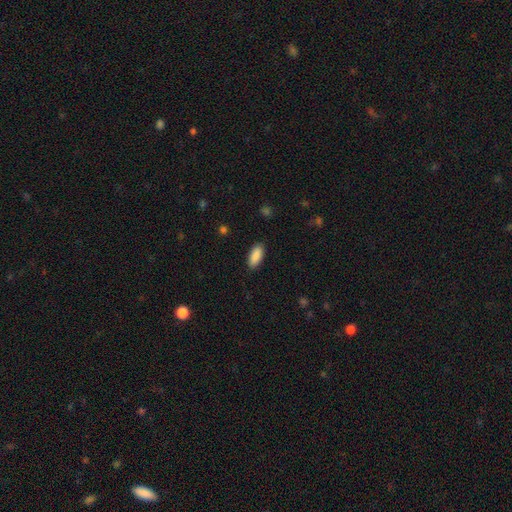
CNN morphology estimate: smooth-or-featured: smooth: 90% | star or artifact: 6% | featured or disk: 4%
  how-rounded: in between: 87% | cigar-shaped: 11% | round: 2%
  merging: none: 89% | minor disturbance: 8% | major disturbance: 2% | merger: 1%